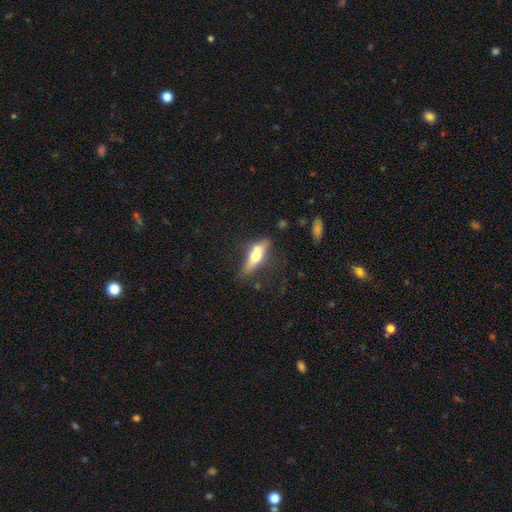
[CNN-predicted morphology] This is possibly a smooth galaxy (47%). Merging: possibly none (60%).